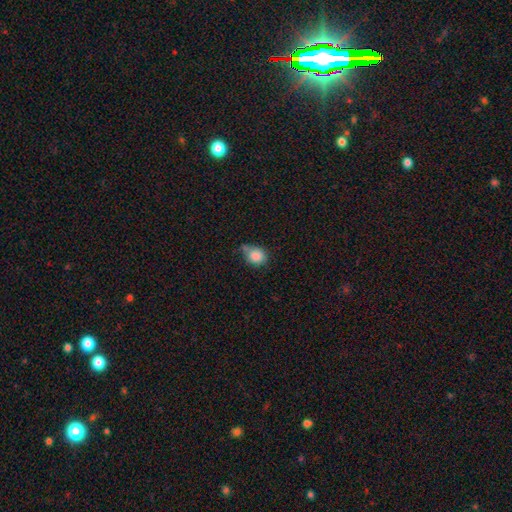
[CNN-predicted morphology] This appears to be a smooth galaxy with no disk features (85%) that is round (66%). Merging: none (47%).